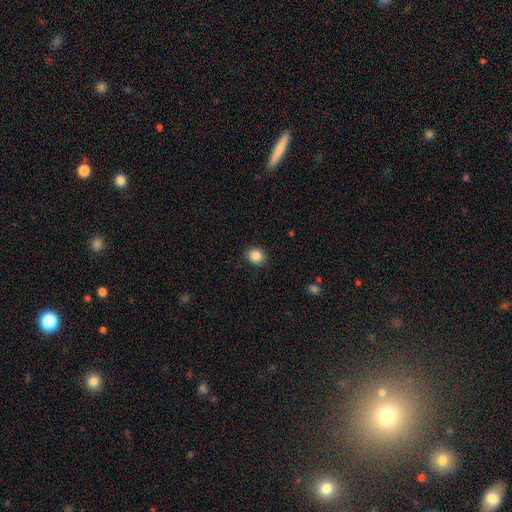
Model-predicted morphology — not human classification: Q: Smooth or featured?
A: smooth (87%); runner-up: star or artifact (9%)
Q: How rounded?
A: round (75%); runner-up: in between (24%)
Q: Merging?
A: none (90%); runner-up: minor disturbance (7%)